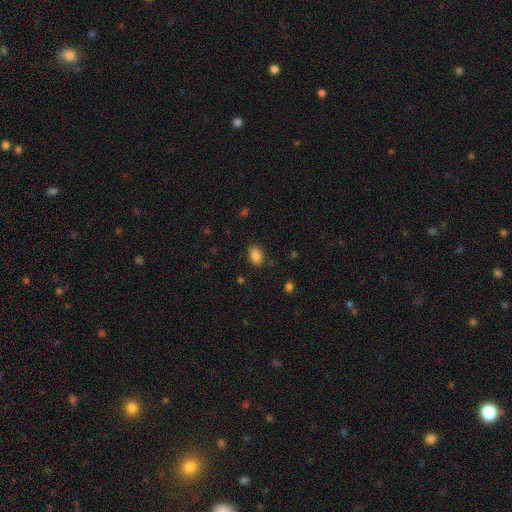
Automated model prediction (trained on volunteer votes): This appears to be a smooth galaxy with no disk features (87%) that is in between round and cigar-shaped (86%). Merging: none (84%).